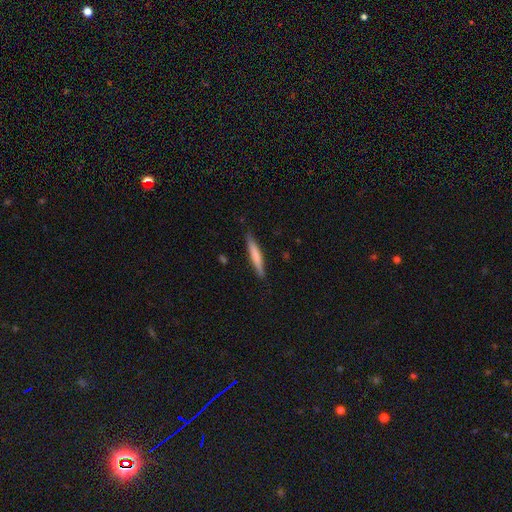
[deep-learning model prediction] Q: Smooth or featured?
A: smooth (67%); runner-up: featured or disk (28%)
Q: How rounded?
A: cigar-shaped (93%); runner-up: in between (6%)
Q: Merging?
A: none (86%); runner-up: minor disturbance (11%)